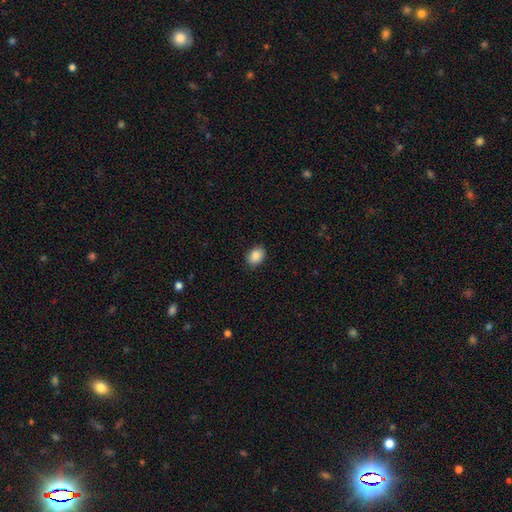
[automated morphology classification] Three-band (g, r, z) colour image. It shows a smooth galaxy with no disk features (88%) that is in between round and cigar-shaped (72%). Merging: none (88%).